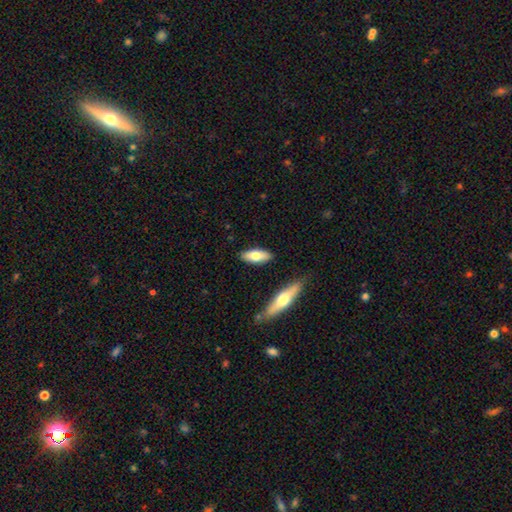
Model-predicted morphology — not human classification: smooth 70%, featured or disk 24%, star or artifact 5%. Down the decision tree: how rounded — in between (72%); merging — none (84%).